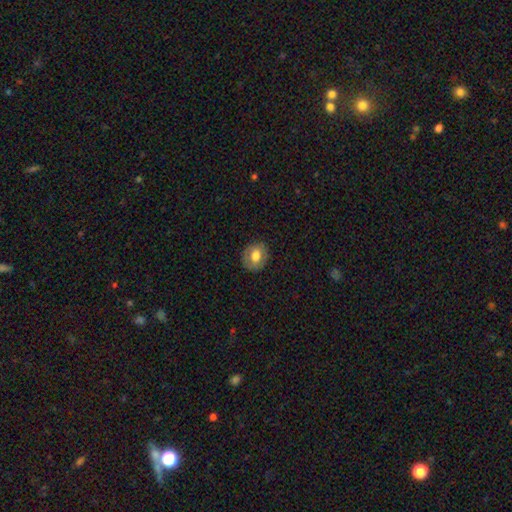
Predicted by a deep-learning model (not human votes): A smooth galaxy with no disk features (69%) that is round (62%). Merging: none (84%).